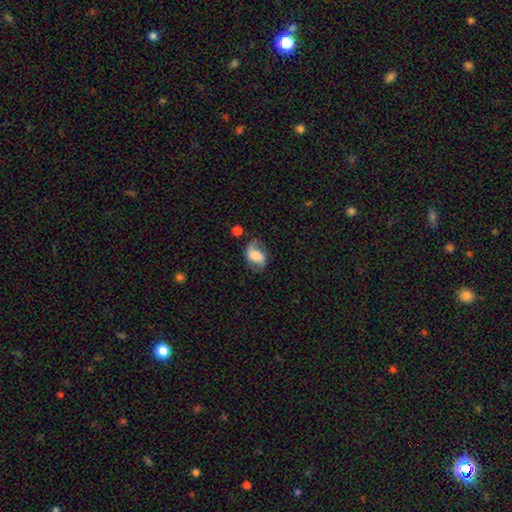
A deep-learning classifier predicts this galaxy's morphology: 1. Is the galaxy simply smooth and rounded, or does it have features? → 52% smooth, 39% featured or disk, 9% star or artifact.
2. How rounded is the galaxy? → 81% in between, 17% round, 2% cigar-shaped.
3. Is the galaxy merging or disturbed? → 53% none, 29% minor disturbance, 14% major disturbance, 4% merger.